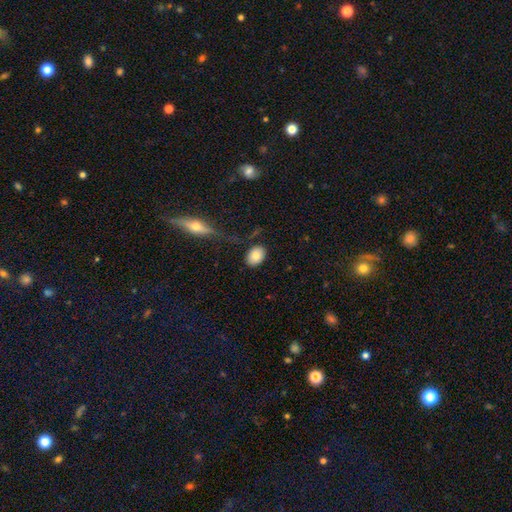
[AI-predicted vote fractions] Smooth or featured? smooth (81%)
How rounded? in between (78%)
Merging? none (79%)